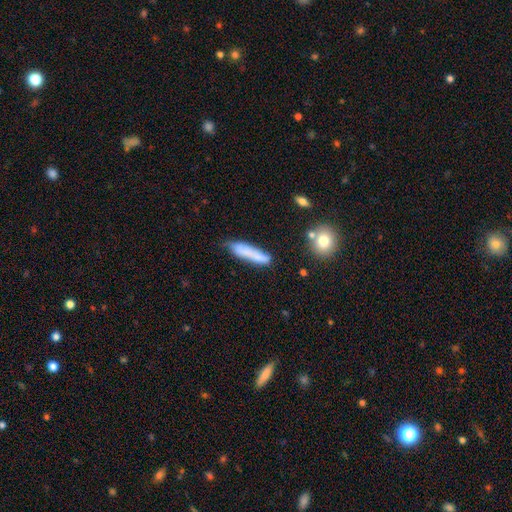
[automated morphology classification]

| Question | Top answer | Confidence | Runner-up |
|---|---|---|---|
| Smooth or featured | smooth | 76% | featured or disk (17%) |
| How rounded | cigar-shaped | 78% | in between (20%) |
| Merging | none | 57% | minor disturbance (29%) |